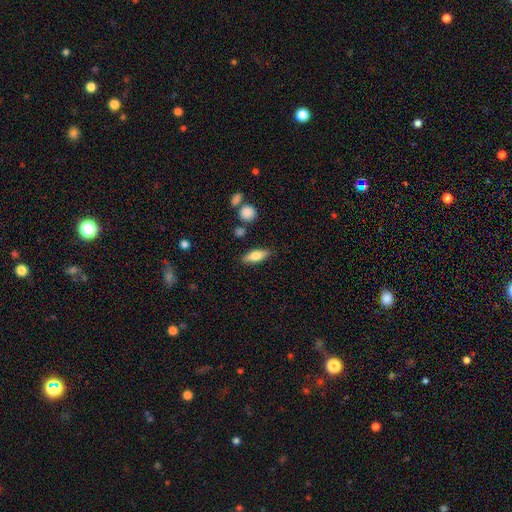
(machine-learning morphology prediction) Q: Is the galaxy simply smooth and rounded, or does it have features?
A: smooth — 68%.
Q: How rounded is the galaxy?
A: in between — 64%.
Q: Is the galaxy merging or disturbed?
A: none — 84%.